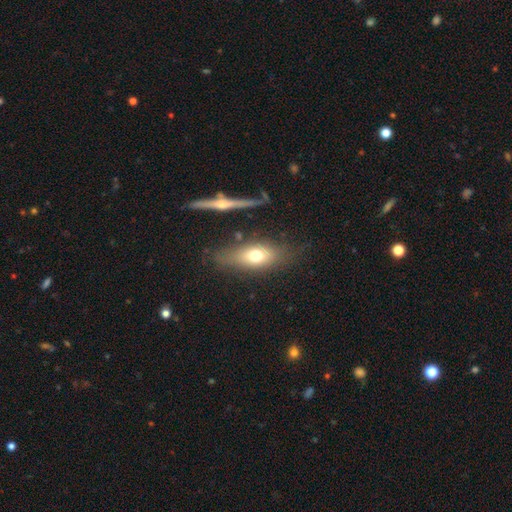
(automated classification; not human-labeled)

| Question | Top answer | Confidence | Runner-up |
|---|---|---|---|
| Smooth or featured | smooth | 64% | featured or disk (27%) |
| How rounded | in between | 75% | cigar-shaped (16%) |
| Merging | none | 73% | minor disturbance (15%) |